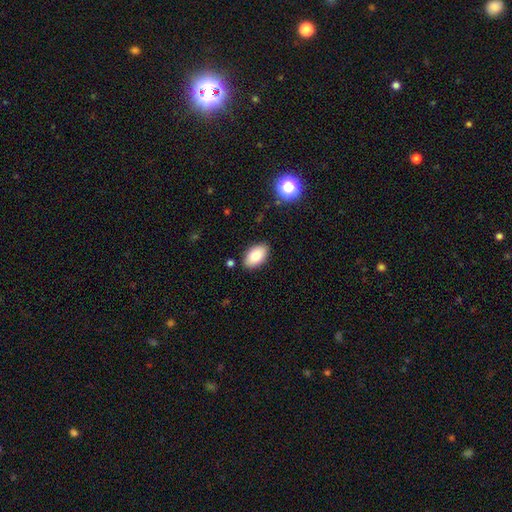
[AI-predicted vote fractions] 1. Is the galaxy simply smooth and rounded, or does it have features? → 81% smooth, 11% featured or disk, 8% star or artifact.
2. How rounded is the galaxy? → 93% in between, 5% round, 2% cigar-shaped.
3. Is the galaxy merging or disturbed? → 87% none, 9% minor disturbance, 2% major disturbance, 2% merger.